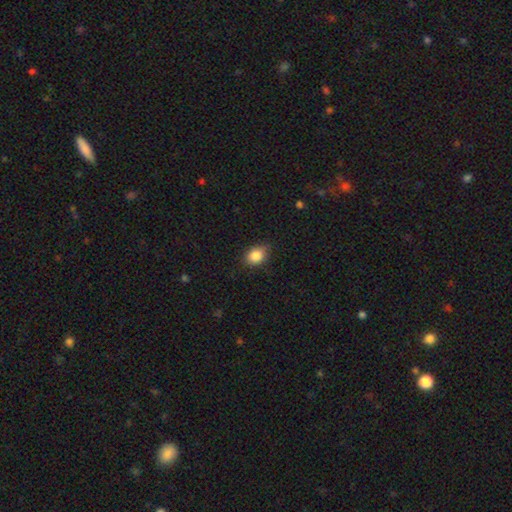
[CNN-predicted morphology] Smooth or featured?
  - smooth: 86% *
  - star or artifact: 9%
  - featured or disk: 5%
How rounded?
  - in between: 61% *
  - round: 38%
  - cigar-shaped: 1%
Merging?
  - none: 74% *
  - minor disturbance: 21%
  - major disturbance: 3%
  - merger: 1%